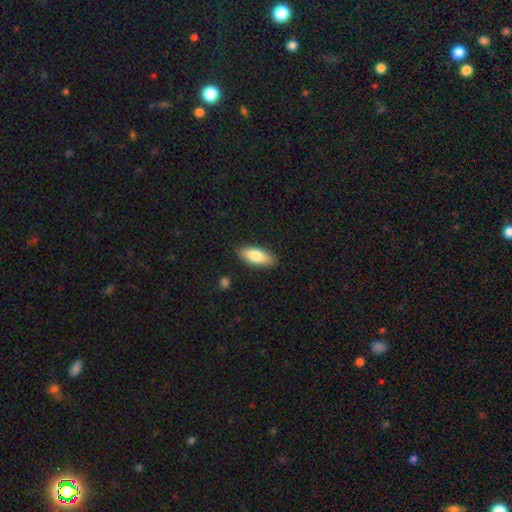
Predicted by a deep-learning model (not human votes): This is likely a smooth galaxy (80%). How rounded: likely in between (77%). Merging: clearly none (87%).